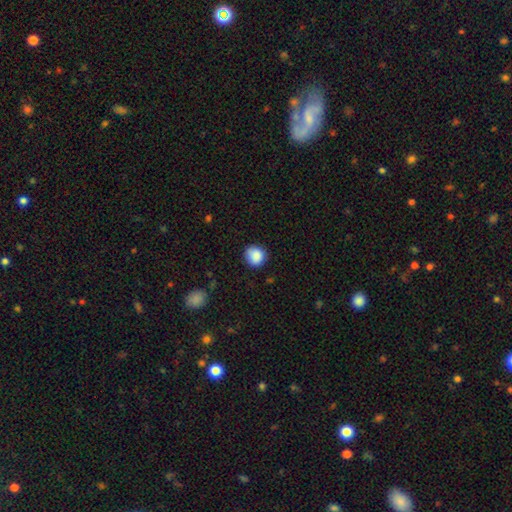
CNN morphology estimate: The model was most divided on "merging": none: 81%, minor disturbance: 15%, major disturbance: 3%, merger: 1%. More confident: how rounded — round (89%); smooth or featured — smooth (88%).